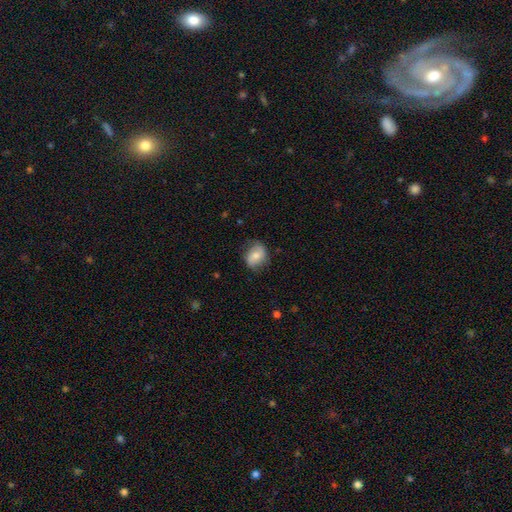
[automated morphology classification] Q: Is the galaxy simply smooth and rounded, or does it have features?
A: smooth — 61%.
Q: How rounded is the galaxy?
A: in between — 53%.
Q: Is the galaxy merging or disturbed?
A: none — 72%.